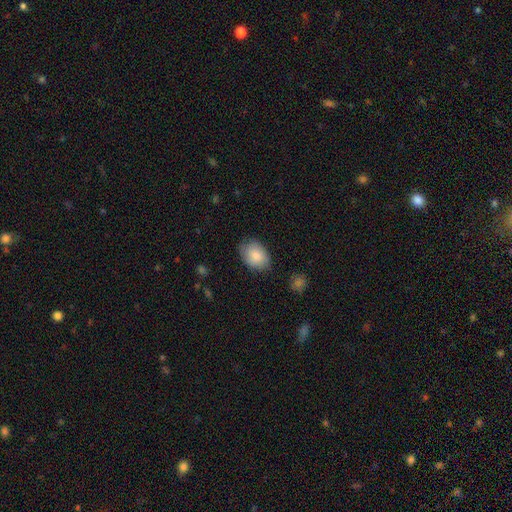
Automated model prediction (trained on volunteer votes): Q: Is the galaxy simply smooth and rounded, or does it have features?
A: smooth — 78%.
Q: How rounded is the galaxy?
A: in between — 76%.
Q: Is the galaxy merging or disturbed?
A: none — 72%.